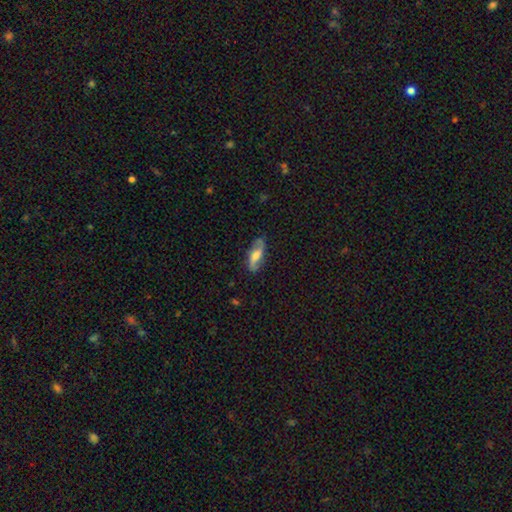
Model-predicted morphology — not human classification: Smooth or featured?
  - featured or disk: 61% *
  - smooth: 32%
  - star or artifact: 7%
Edge-on disk?
  - no: 84% *
  - yes: 16%
Bar?
  - no: 41% * (tied)
  - weak: 41% * (tied)
  - strong: 19%
Spiral arms?
  - yes: 90% *
  - no: 10%
Bulge size?
  - moderate: 51% *
  - small: 20%
  - large: 20%
  - none: 7%
  - dominant: 2%
Merging?
  - none: 80% *
  - minor disturbance: 15%
  - major disturbance: 4%
  - merger: 1%